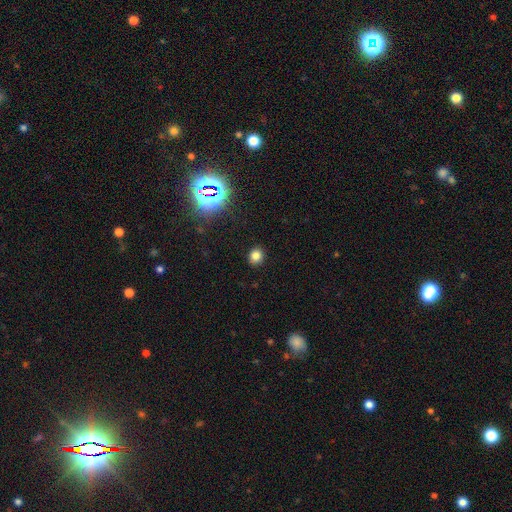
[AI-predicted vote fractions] smooth-or-featured: smooth: 79% | star or artifact: 16% | featured or disk: 5%
  how-rounded: round: 74% | in between: 25% | cigar-shaped: 1%
  merging: none: 89% | minor disturbance: 7% | major disturbance: 2% | merger: 1%